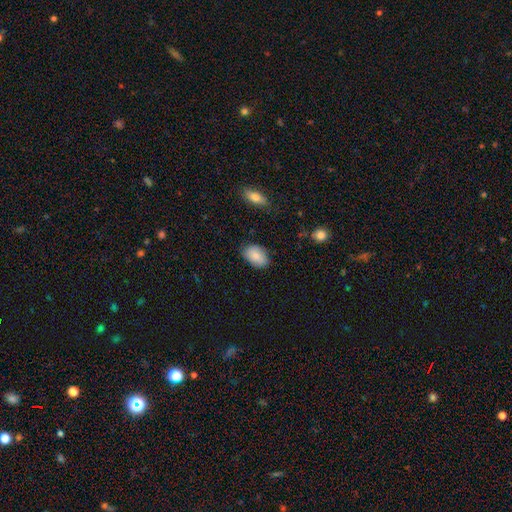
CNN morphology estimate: A smooth galaxy with no disk features (86%) that is in between round and cigar-shaped (87%). Merging: none (80%).